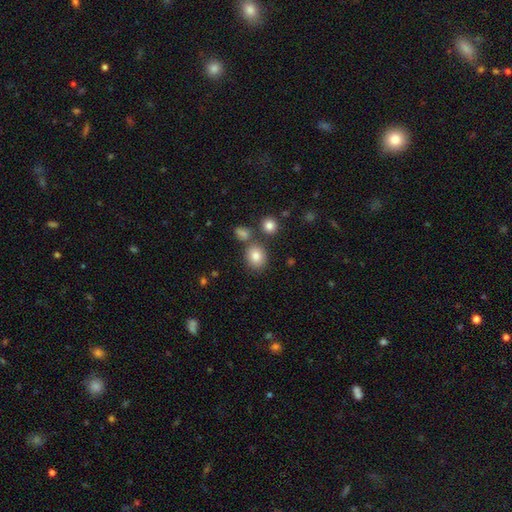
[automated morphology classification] smooth-or-featured: smooth: 83% | star or artifact: 10% | featured or disk: 7%
  how-rounded: round: 55% | in between: 44% | cigar-shaped: 1%
  merging: none: 71% | merger: 14% | minor disturbance: 11% | major disturbance: 4%